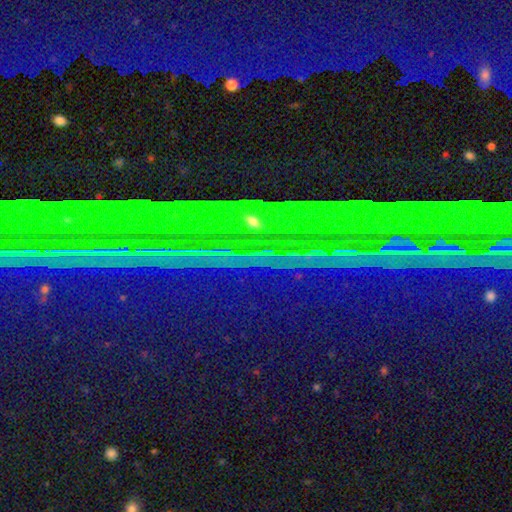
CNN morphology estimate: The model was most divided on "smooth or featured": star or artifact: 82%, featured or disk: 10%, smooth: 8%.